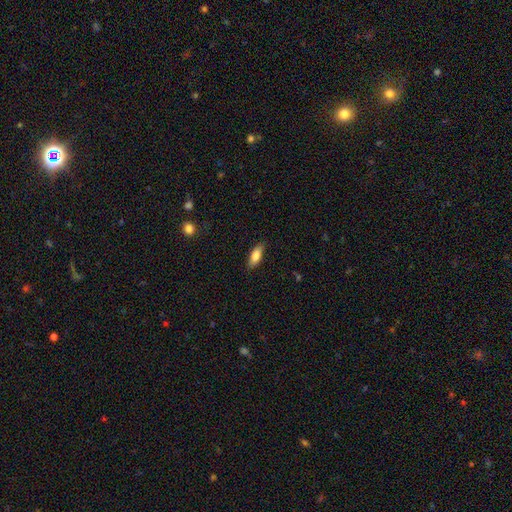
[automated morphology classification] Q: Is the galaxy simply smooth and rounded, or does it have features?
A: smooth — 80%.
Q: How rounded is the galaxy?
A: in between — 67%.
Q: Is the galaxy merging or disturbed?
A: none — 87%.